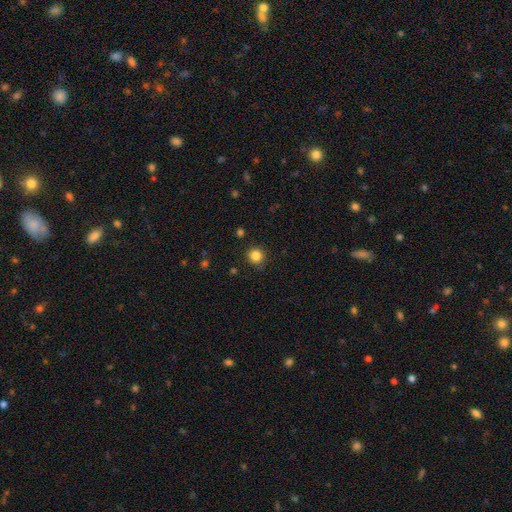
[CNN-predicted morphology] Smooth or featured? Predicted: smooth (p=0.84). How rounded? Predicted: round (p=0.93). Merging? Predicted: none (p=0.88).